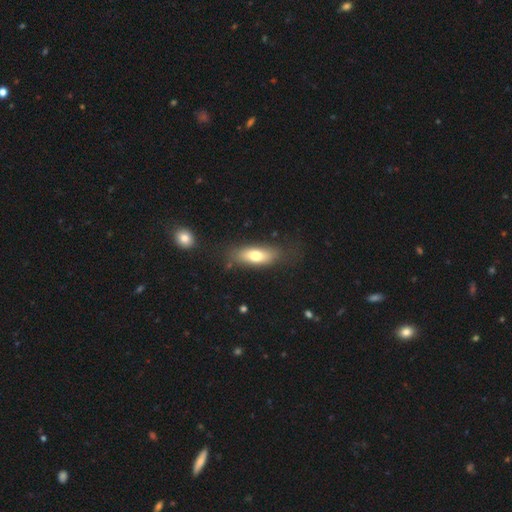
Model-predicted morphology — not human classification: smooth 70%, featured or disk 23%, star or artifact 7%. Down the decision tree: how rounded — in between (72%); merging — none (72%).